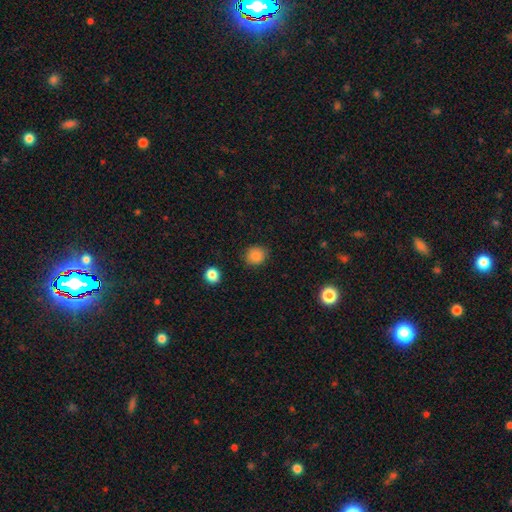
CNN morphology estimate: Q: Smooth or featured?
A: smooth (85%); runner-up: star or artifact (10%)
Q: How rounded?
A: round (83%); runner-up: in between (16%)
Q: Merging?
A: none (88%); runner-up: minor disturbance (9%)